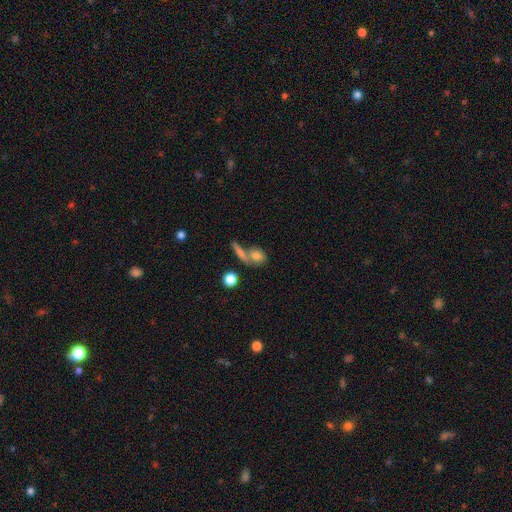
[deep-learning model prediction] Smooth or featured: smooth — 74% (featured or disk — 15%)
How rounded: round — 46% (in between — 44%)
Merging: none — 46% (merger — 37%)